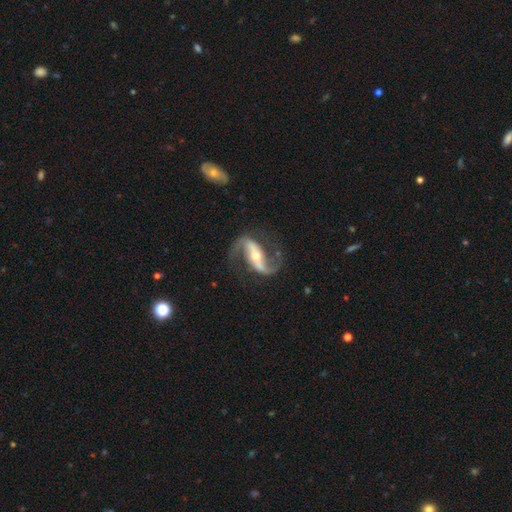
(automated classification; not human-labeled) Smooth or featured?
  - featured or disk: 92% *
  - smooth: 4%
  - star or artifact: 4%
Edge-on disk?
  - no: 95% *
  - yes: 5%
Bar?
  - strong: 58% *
  - weak: 24%
  - no: 18%
Spiral arms?
  - yes: 97% *
  - no: 3%
Spiral winding?
  - loose: 55% *
  - medium: 36%
  - tight: 9%
Spiral arm count?
  - 2: 93% *
  - 1: 2%
  - can't tell: 1%
  - 3: 1%
  - 4: 1%
  - more than 4: 1%
Bulge size?
  - moderate: 56% *
  - small: 38%
  - large: 4%
  - none: 1%
  - dominant: 1%
Merging?
  - none: 79% *
  - minor disturbance: 11%
  - major disturbance: 7%
  - merger: 2%